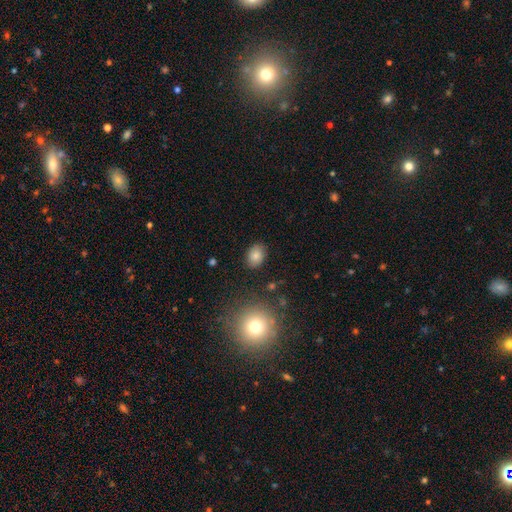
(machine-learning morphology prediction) smooth 82%, star or artifact 10%, featured or disk 8%. Down the decision tree: how rounded — in between (68%); merging — none (86%).